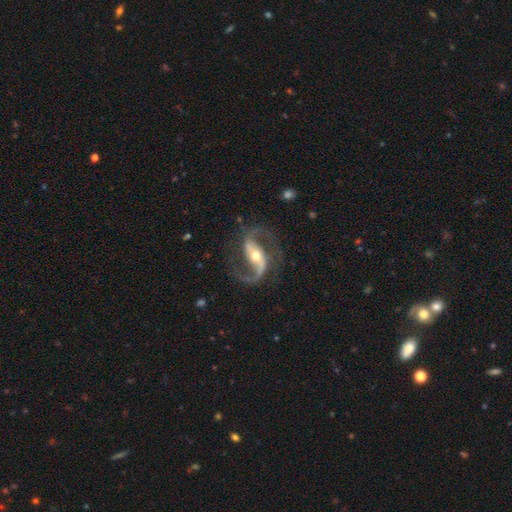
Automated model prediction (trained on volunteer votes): Smooth or featured?
  - featured or disk: 92% *
  - star or artifact: 4%
  - smooth: 3%
Edge-on disk?
  - no: 97% *
  - yes: 3%
Bar?
  - strong: 49% *
  - weak: 31%
  - no: 21%
Spiral arms?
  - yes: 98% *
  - no: 2%
Spiral winding?
  - medium: 49% *
  - loose: 42%
  - tight: 9%
Spiral arm count?
  - 2: 92% *
  - 1: 4%
  - can't tell: 1%
  - 3: 1%
  - 4: 1%
  - more than 4: 1%
Bulge size?
  - moderate: 60% *
  - small: 34%
  - large: 4%
  - none: 1%
  - dominant: 1%
Merging?
  - none: 79% *
  - minor disturbance: 12%
  - major disturbance: 8%
  - merger: 2%